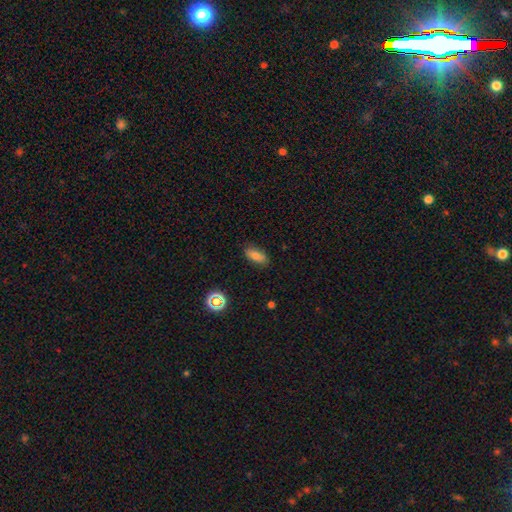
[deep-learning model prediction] Q: Smooth or featured?
A: smooth (78%); runner-up: star or artifact (11%)
Q: How rounded?
A: in between (81%); runner-up: cigar-shaped (15%)
Q: Merging?
A: none (84%); runner-up: minor disturbance (12%)